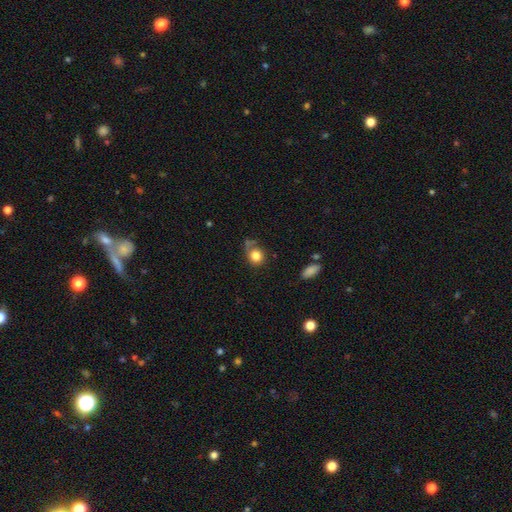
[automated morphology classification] Q: Smooth or featured?
A: smooth (81%); runner-up: featured or disk (10%)
Q: How rounded?
A: round (77%); runner-up: in between (22%)
Q: Merging?
A: none (55%); runner-up: minor disturbance (21%)